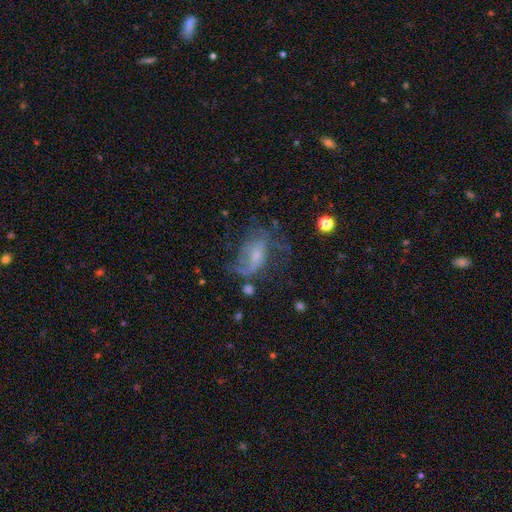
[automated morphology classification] Smooth or featured? featured or disk (64%)
Edge-on disk? no (95%)
Bar? no (56%)
Spiral arms? yes (71%)
Bulge size? small (59%)
Merging? major disturbance (38%)